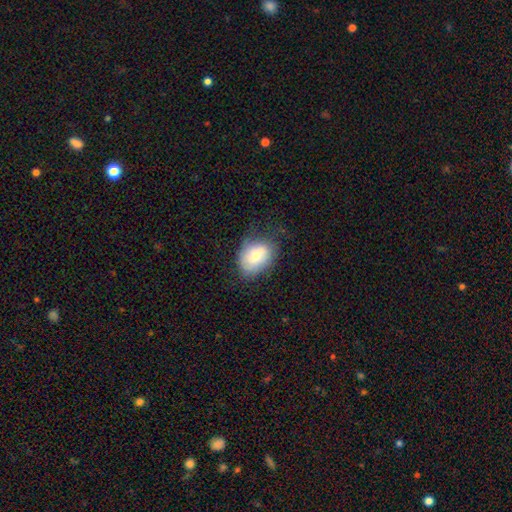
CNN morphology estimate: smooth-or-featured: smooth: 71% | featured or disk: 21% | star or artifact: 8%
  how-rounded: in between: 75% | round: 24% | cigar-shaped: 1%
  merging: none: 61% | minor disturbance: 28% | major disturbance: 10% | merger: 1%